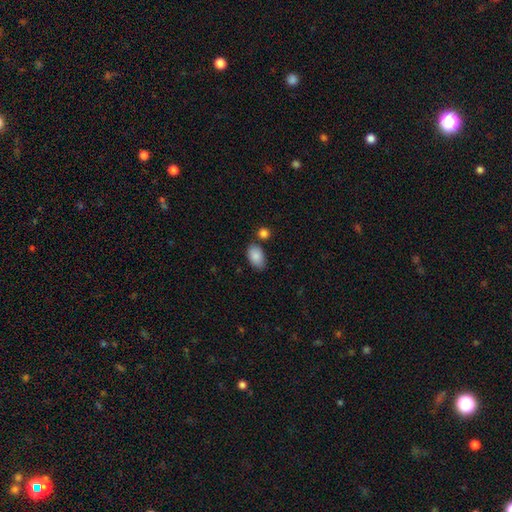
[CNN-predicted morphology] A smooth galaxy with no disk features (88%) that is in between round and cigar-shaped (92%).

Vote fractions:
- Smooth or featured? smooth: 88% / star or artifact: 7% / featured or disk: 5%
- How rounded? in between: 92% / round: 7% / cigar-shaped: 1%
- Merging? none: 72% / minor disturbance: 14% / merger: 10% / major disturbance: 3%